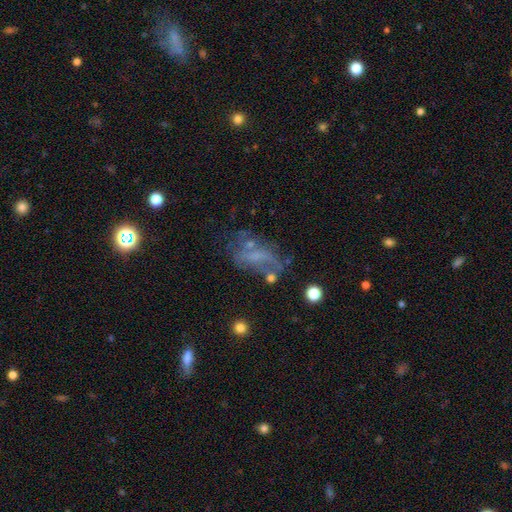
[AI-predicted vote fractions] Smooth or featured?
  - featured or disk: 49% *
  - smooth: 32%
  - star or artifact: 19%
Merging?
  - none: 35% *
  - major disturbance: 33%
  - minor disturbance: 21%
  - merger: 11%